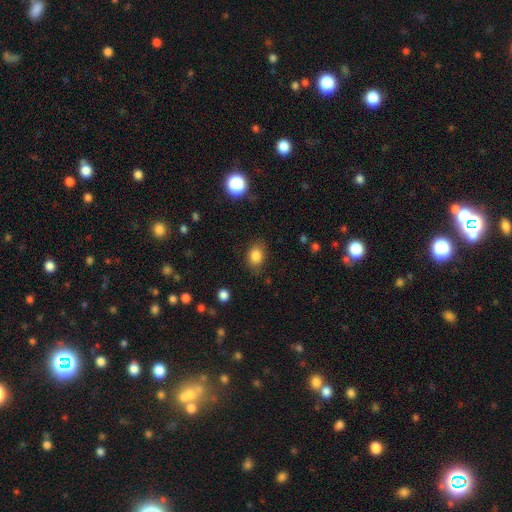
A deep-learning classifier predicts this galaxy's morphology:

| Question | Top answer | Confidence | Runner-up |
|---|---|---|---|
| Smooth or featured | smooth | 84% | star or artifact (10%) |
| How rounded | in between | 70% | round (29%) |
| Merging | none | 80% | minor disturbance (15%) |